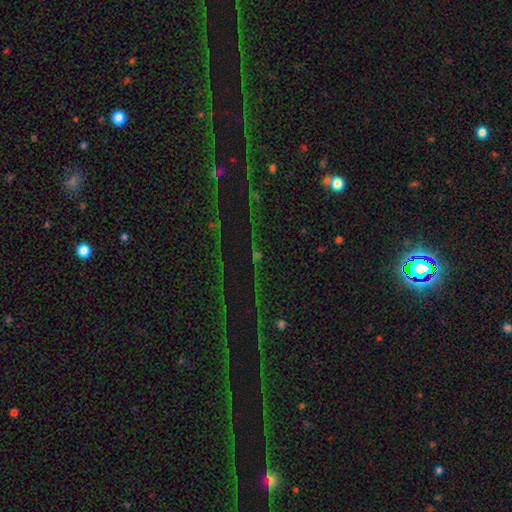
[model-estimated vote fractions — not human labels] A star or artifact, not a galaxy (71%).